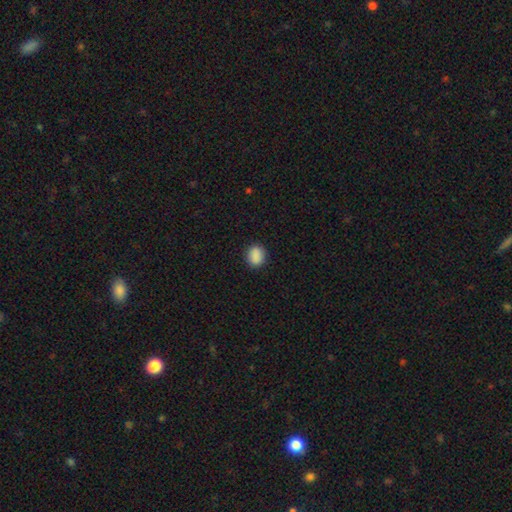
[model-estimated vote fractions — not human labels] Smooth or featured? smooth (89%)
How rounded? round (53%)
Merging? none (89%)